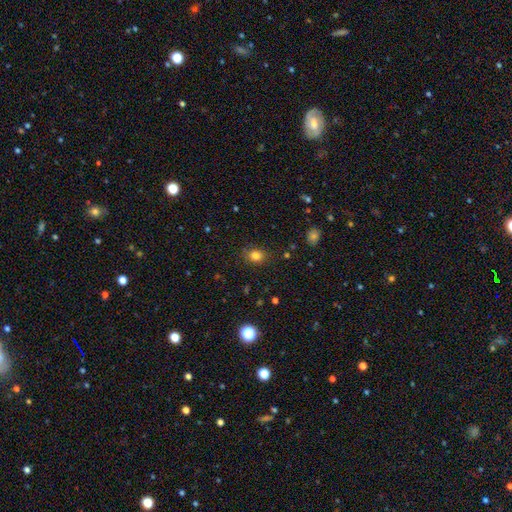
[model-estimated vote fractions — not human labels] smooth_or_featured: smooth (p=0.80) [alt: star or artifact p=0.14]
how_rounded: round (p=0.52) [alt: in between p=0.47]
merging: none (p=0.83) [alt: minor disturbance p=0.12]